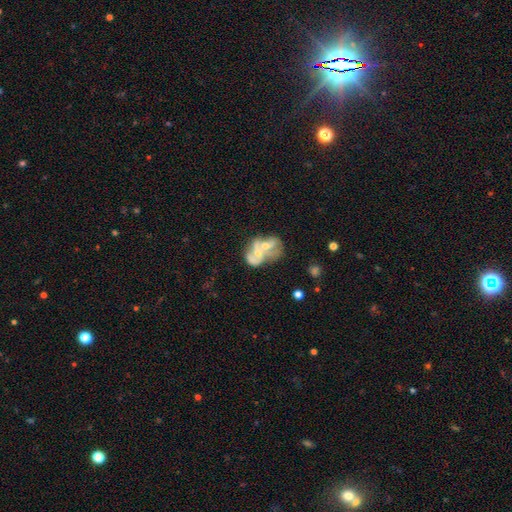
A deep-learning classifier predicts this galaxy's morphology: featured or disk 56%, smooth 33%, star or artifact 10%. Down the decision tree: edge-on disk — no (97%); bar — no (80%); spiral arms — no (67%); bulge size — moderate (45%); merging — merger (66%).